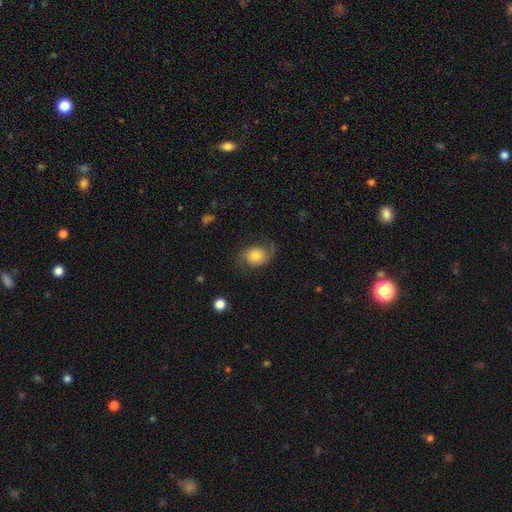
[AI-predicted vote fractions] Overall: smooth (56%; featured or disk 35%). How rounded: in between (53%; round 46%). Merging: none (64%).